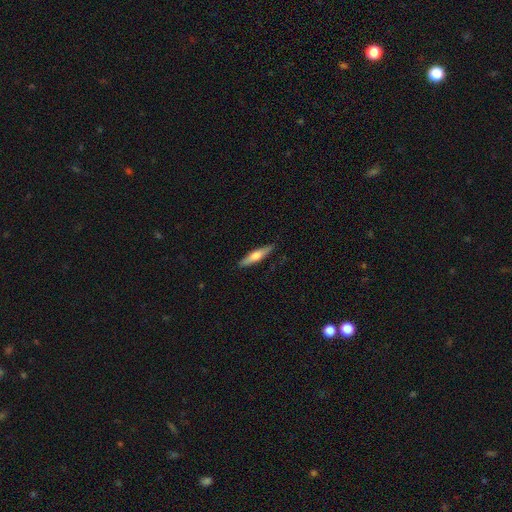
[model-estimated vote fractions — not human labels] The model was most divided on "smooth or featured": smooth: 53%, featured or disk: 42%, star or artifact: 5%. More confident: merging — none (90%); how rounded — cigar-shaped (82%).